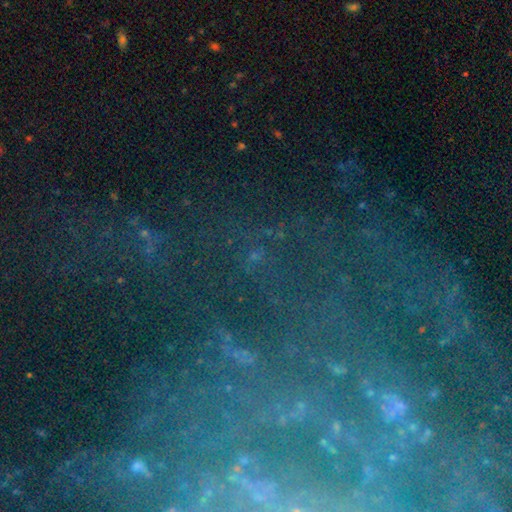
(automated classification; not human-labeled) Smooth or featured? Predicted: star or artifact (p=0.76).